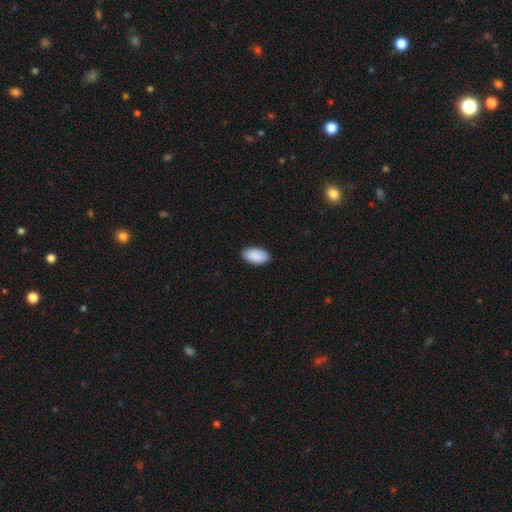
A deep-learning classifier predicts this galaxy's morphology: smooth 91%, star or artifact 6%, featured or disk 3%. Down the decision tree: how rounded — in between (96%); merging — none (89%).